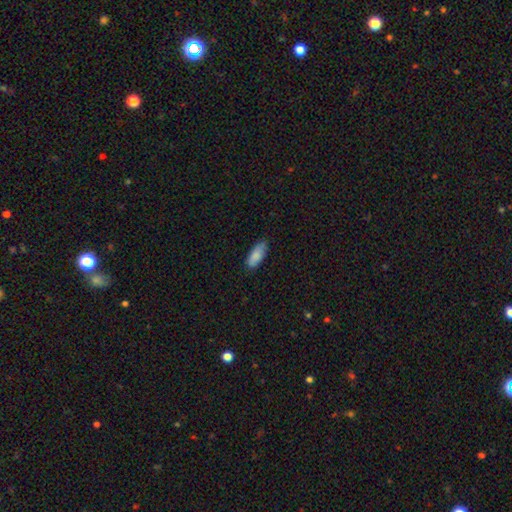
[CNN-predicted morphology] The model was most divided on "merging": none: 75%, minor disturbance: 21%, major disturbance: 3%, merger: 1%. More confident: smooth or featured — smooth (86%); how rounded — in between (80%).